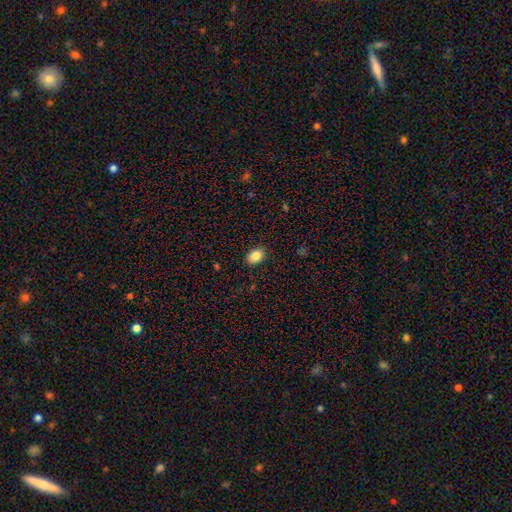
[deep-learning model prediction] A smooth galaxy with no disk features (85%) that is in between round and cigar-shaped (73%). Merging: none (88%).